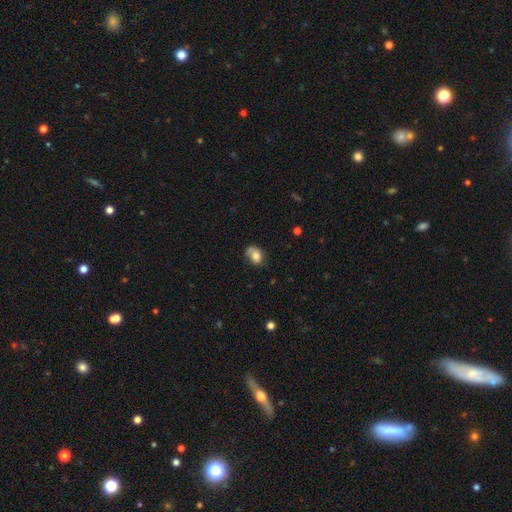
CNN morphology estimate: Smooth or featured: smooth — 74% (featured or disk — 17%)
How rounded: in between — 64% (round — 35%)
Merging: none — 48% (minor disturbance — 29%)